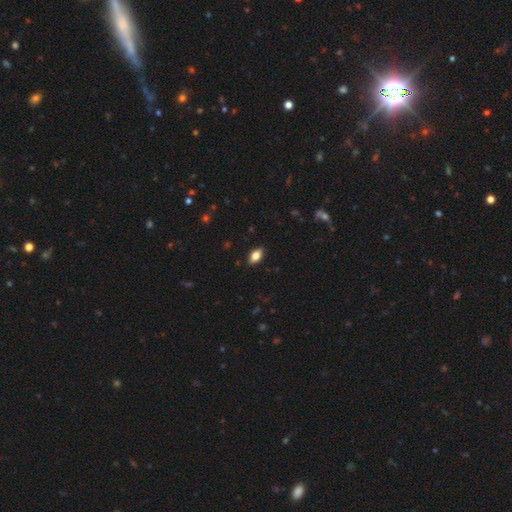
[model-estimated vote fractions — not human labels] Overall: smooth (82%). How rounded: in between (90%). Merging: none (88%).